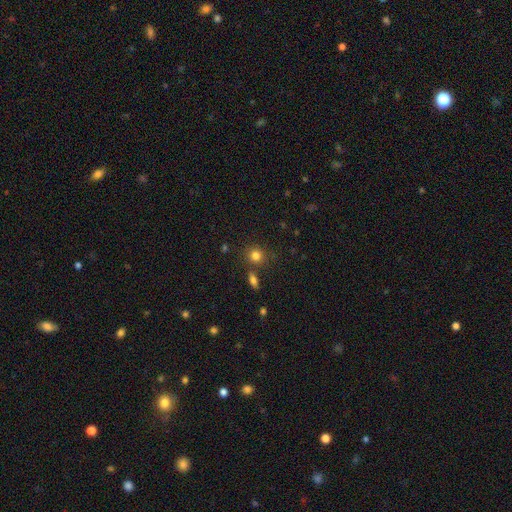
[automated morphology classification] This is clearly a smooth galaxy (81%). How rounded: clearly round (80%). Merging: likely none (75%).